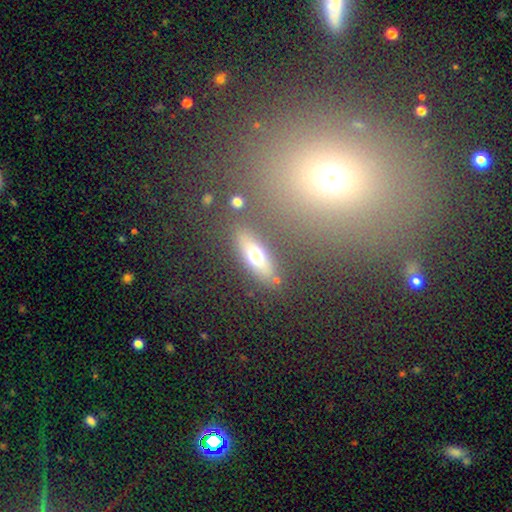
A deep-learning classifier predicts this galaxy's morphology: Smooth or featured? Predicted: smooth (p=0.61). How rounded? Predicted: in between (p=0.52). Merging? Predicted: none (p=0.82).